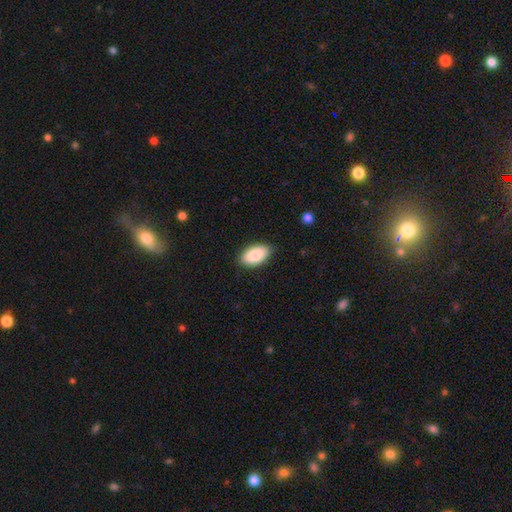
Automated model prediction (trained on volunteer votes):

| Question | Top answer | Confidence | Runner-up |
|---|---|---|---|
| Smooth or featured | smooth | 86% | featured or disk (7%) |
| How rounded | in between | 95% | round (4%) |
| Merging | none | 87% | minor disturbance (10%) |